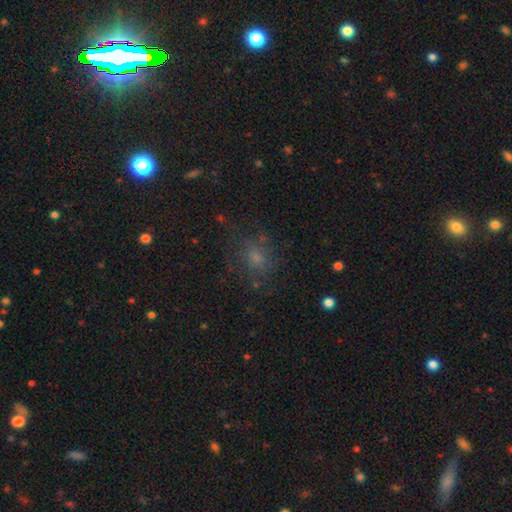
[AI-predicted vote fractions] Smooth or featured? Predicted: star or artifact (p=0.41).